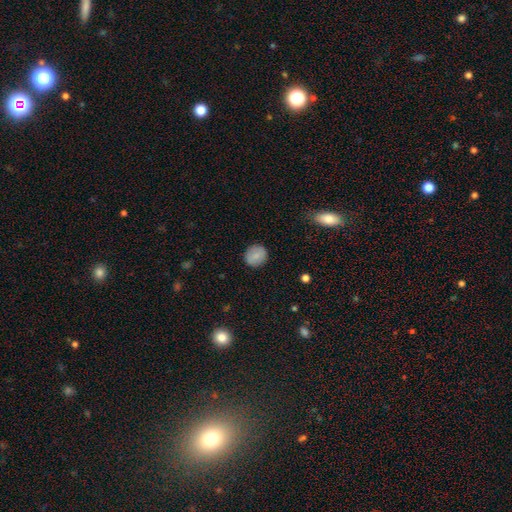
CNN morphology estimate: This is clearly a smooth galaxy (82%). How rounded: clearly round (83%). Merging: clearly none (88%).